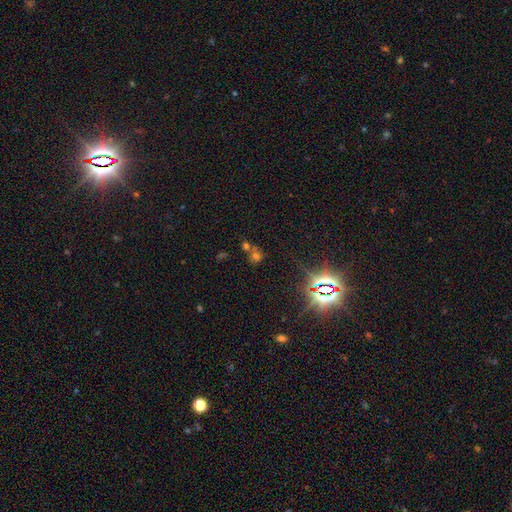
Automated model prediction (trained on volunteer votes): Q: Smooth or featured?
A: star or artifact (49%); runner-up: smooth (39%)